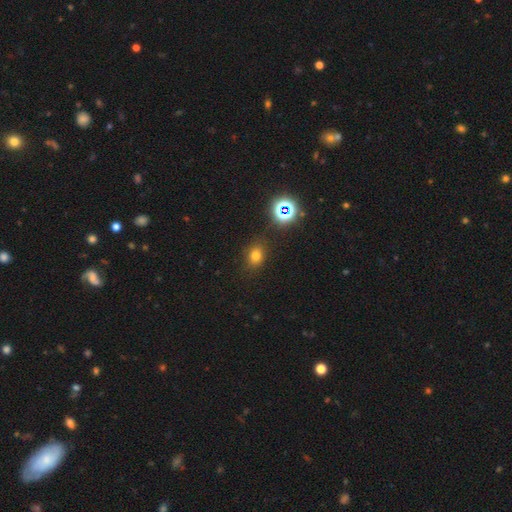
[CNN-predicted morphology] Smooth or featured? Predicted: smooth (p=0.70). How rounded? Predicted: in between (p=0.54). Merging? Predicted: none (p=0.83).